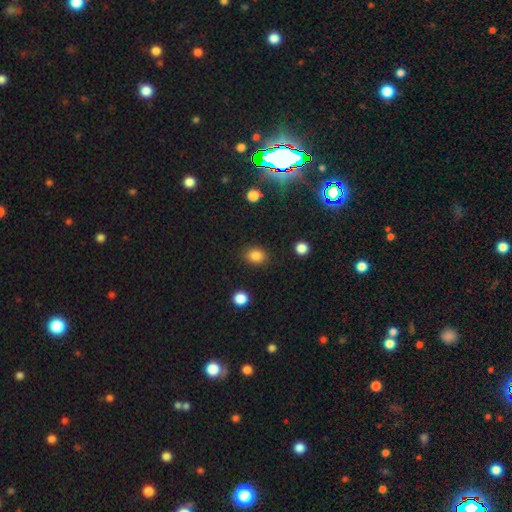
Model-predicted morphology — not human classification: Smooth or featured? smooth (84%)
How rounded? round (53%)
Merging? none (87%)